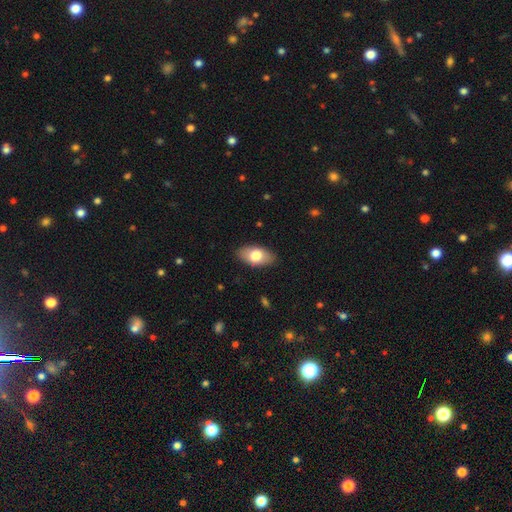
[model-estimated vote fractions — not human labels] Smooth or featured? smooth (74%)
How rounded? in between (92%)
Merging? none (87%)